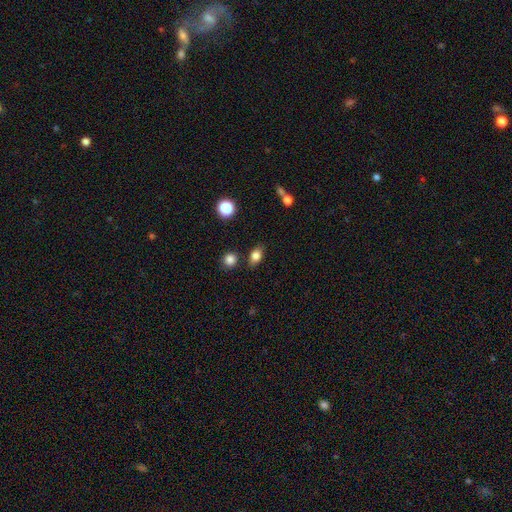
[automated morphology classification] Smooth or featured? Predicted: smooth (p=0.81). How rounded? Predicted: in between (p=0.71). Merging? Predicted: none (p=0.80).